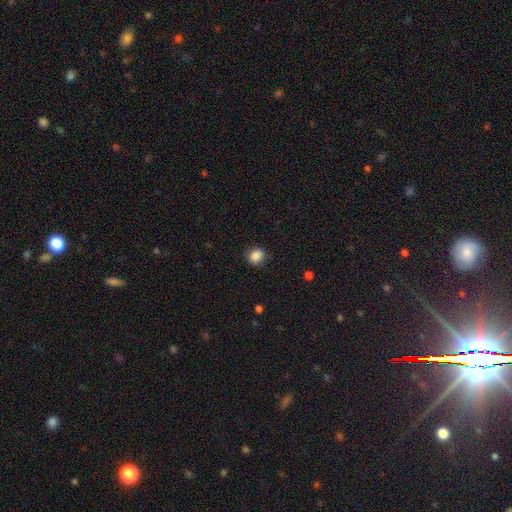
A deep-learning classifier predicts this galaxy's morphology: smooth 87%, star or artifact 9%, featured or disk 4%. Down the decision tree: how rounded — round (66%); merging — none (86%).